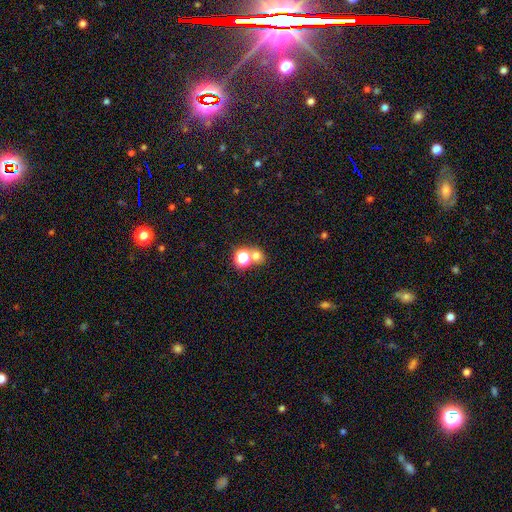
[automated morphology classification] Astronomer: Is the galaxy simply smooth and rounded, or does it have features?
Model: smooth — 64%.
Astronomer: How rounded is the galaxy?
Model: round — 79%.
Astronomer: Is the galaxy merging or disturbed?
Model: none — 58%.